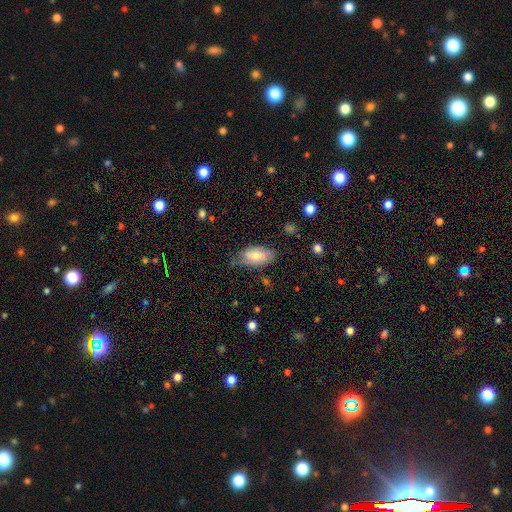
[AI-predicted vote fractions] The model was most divided on "merging": none: 63%, minor disturbance: 29%, major disturbance: 6%, merger: 2%. More confident: how rounded — in between (93%); smooth or featured — smooth (64%).